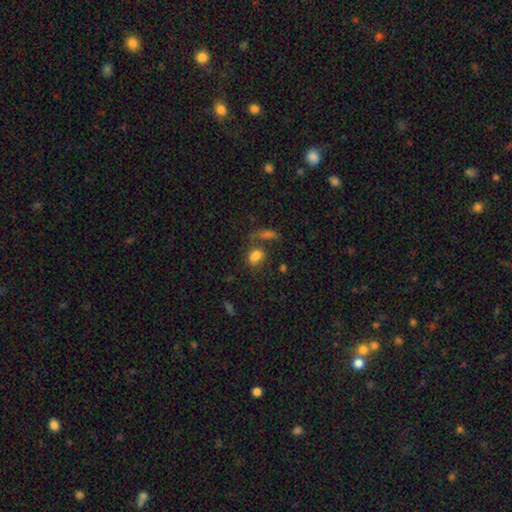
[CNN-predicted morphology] type=smooth (75%); roundness=in between (69%); merging=none (42%).